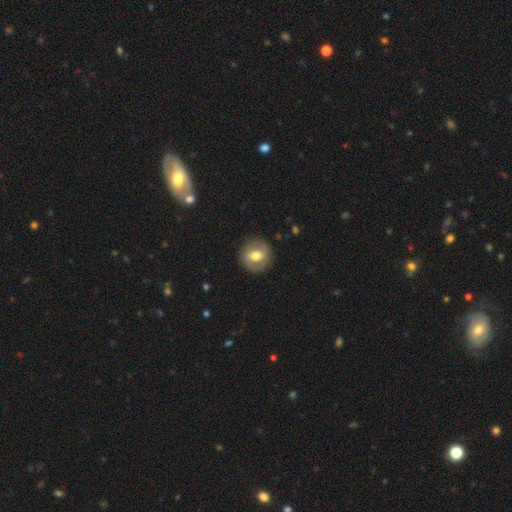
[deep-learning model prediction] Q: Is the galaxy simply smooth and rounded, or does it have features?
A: featured or disk — 51%.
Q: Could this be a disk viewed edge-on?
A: no — 95%.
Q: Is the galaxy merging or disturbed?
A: none — 87%.